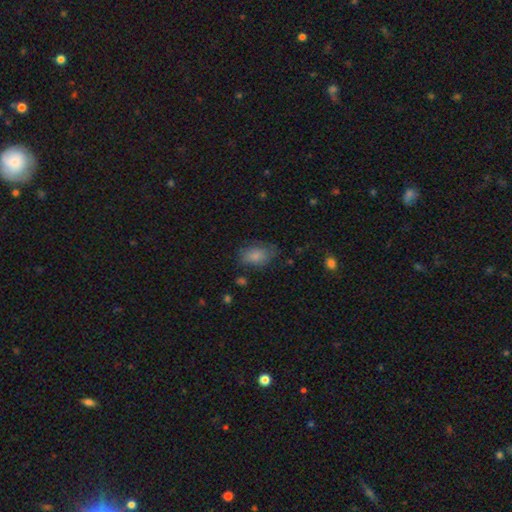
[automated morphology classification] This appears to be a smooth galaxy with no disk features (80%) that is in between round and cigar-shaped (87%). Merging: none (62%).